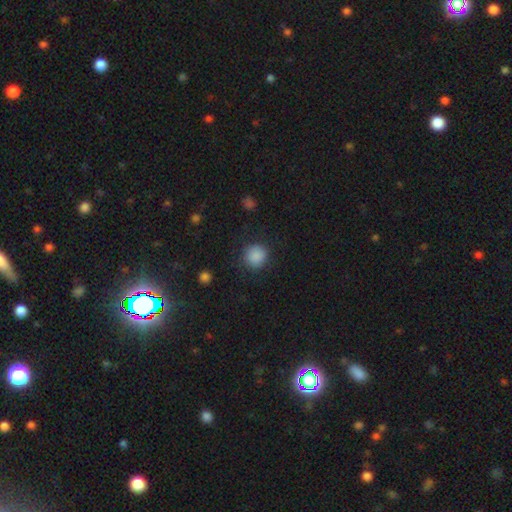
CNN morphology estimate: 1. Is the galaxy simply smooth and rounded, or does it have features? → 87% smooth, 9% star or artifact, 4% featured or disk.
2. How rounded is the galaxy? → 92% round, 7% in between, 1% cigar-shaped.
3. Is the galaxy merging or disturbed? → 86% none, 9% minor disturbance, 4% major disturbance, 1% merger.